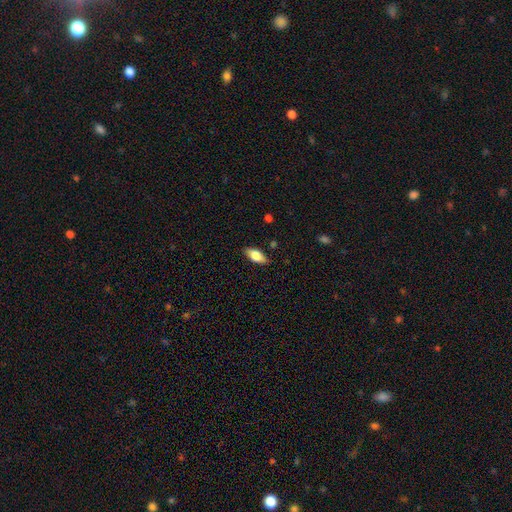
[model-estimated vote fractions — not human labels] smooth 75%, featured or disk 19%, star or artifact 7%. Down the decision tree: how rounded — in between (85%); merging — none (85%).